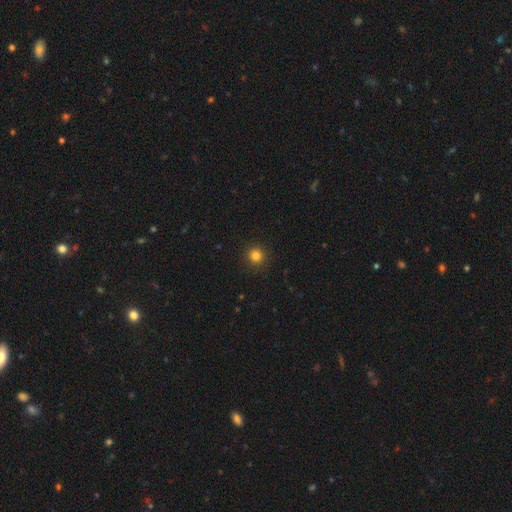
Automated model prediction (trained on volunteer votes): Smooth or featured? Predicted: smooth (p=0.82). How rounded? Predicted: round (p=0.94). Merging? Predicted: none (p=0.91).